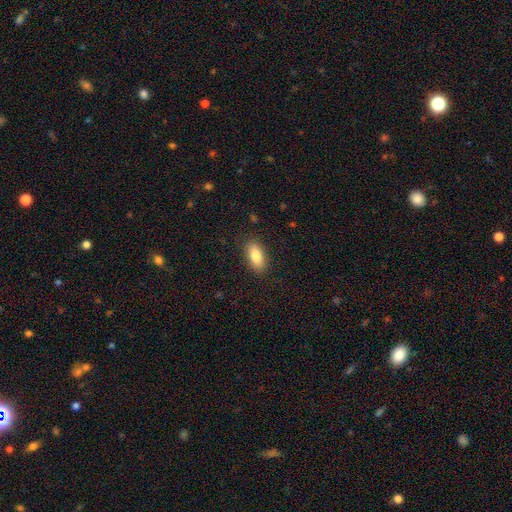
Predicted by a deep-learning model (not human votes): Smooth or featured?
  - smooth: 84% *
  - featured or disk: 9%
  - star or artifact: 7%
How rounded?
  - in between: 88% *
  - cigar-shaped: 8%
  - round: 3%
Merging?
  - none: 87% *
  - minor disturbance: 10%
  - major disturbance: 3%
  - merger: 1%